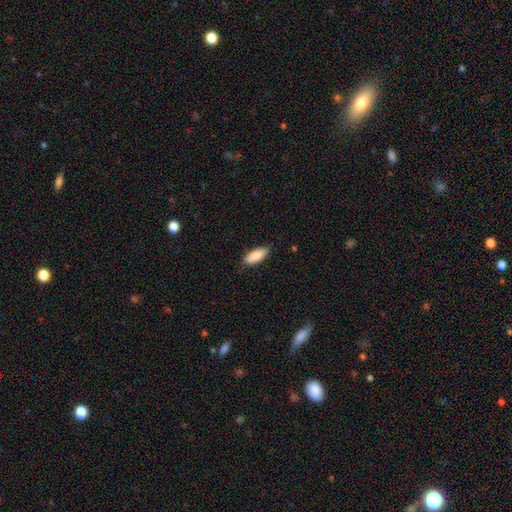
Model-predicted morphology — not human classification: A smooth galaxy with no disk features (87%) that is in between round and cigar-shaped (74%).

Vote fractions:
- Smooth or featured? smooth: 87% / featured or disk: 7% / star or artifact: 6%
- How rounded? in between: 74% / cigar-shaped: 24% / round: 2%
- Merging? none: 84% / minor disturbance: 13% / major disturbance: 2% / merger: 1%